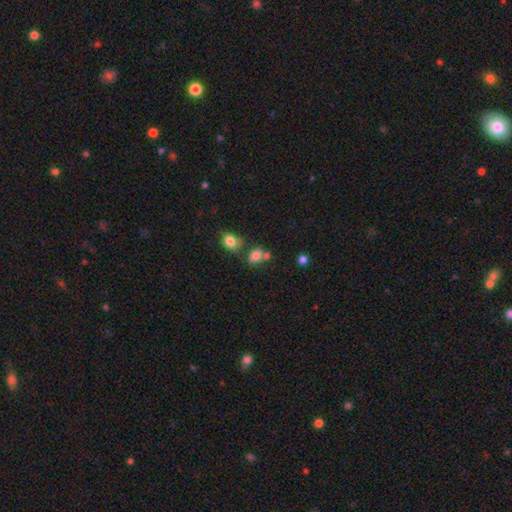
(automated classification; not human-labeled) Smooth or featured? Predicted: smooth (p=0.78). How rounded? Predicted: round (p=0.52). Merging? Predicted: none (p=0.52).